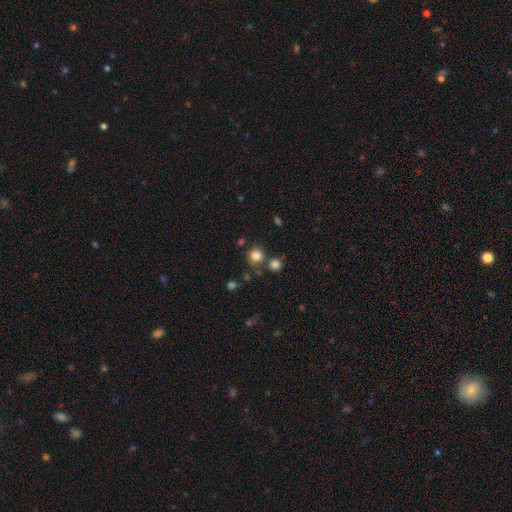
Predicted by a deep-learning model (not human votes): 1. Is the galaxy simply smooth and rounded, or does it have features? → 81% smooth, 14% star or artifact, 5% featured or disk.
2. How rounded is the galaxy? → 92% round, 7% in between, 1% cigar-shaped.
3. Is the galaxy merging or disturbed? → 78% none, 11% merger, 8% minor disturbance, 3% major disturbance.